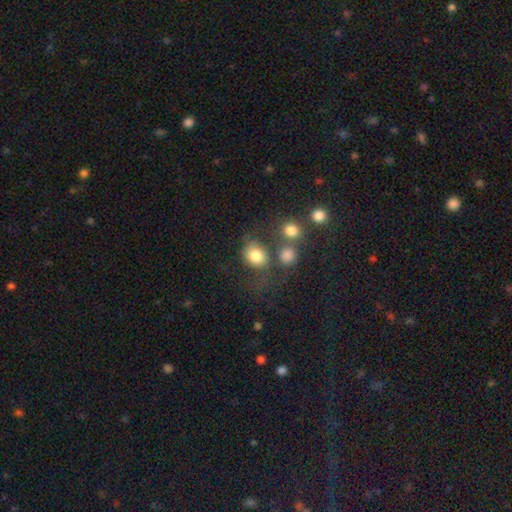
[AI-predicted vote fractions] This is likely a smooth galaxy (80%). How rounded: possibly round (57%). Merging: possibly none (48%).